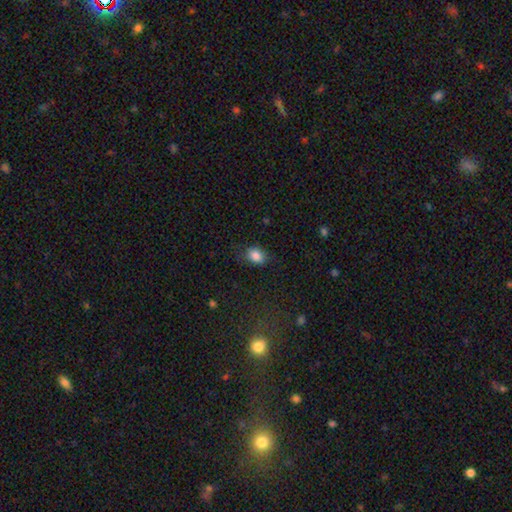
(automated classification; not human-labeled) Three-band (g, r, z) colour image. It shows a smooth galaxy with no disk features (85%) that is in between round and cigar-shaped (68%). Merging: none (74%).